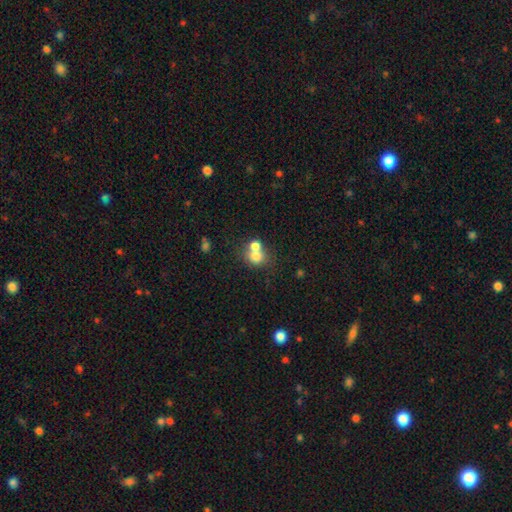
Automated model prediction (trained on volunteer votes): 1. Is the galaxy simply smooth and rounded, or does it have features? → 73% smooth, 15% featured or disk, 12% star or artifact.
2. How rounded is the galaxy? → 73% round, 26% in between, 1% cigar-shaped.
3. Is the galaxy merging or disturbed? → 57% merger, 32% none, 7% minor disturbance, 4% major disturbance.